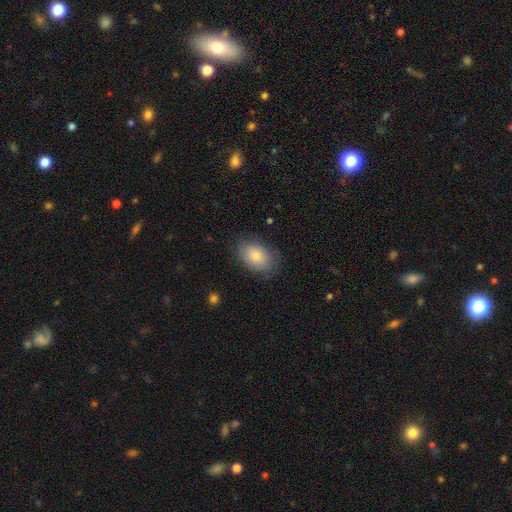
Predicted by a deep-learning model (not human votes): Overall: smooth (78%). How rounded: in between (85%). Merging: none (80%).